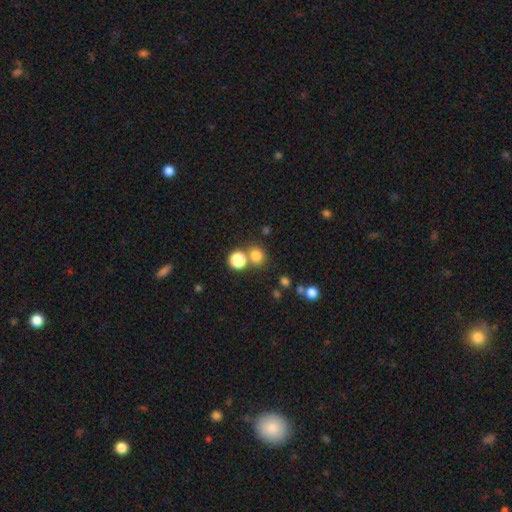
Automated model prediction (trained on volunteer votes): Smooth or featured? smooth (79%)
How rounded? round (82%)
Merging? none (64%)